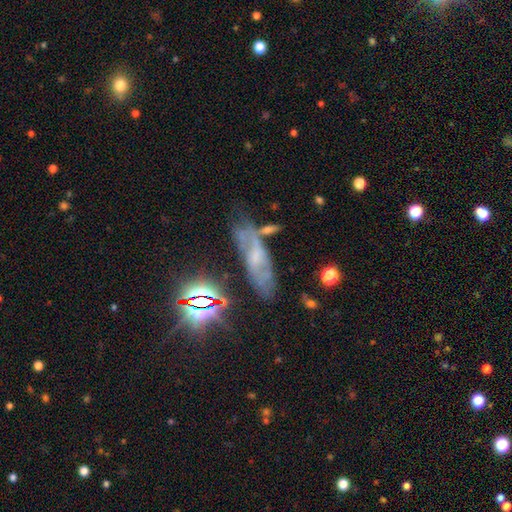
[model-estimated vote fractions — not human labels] This is possibly a featured or disk galaxy (52%). It is likely not viewed edge-on (69%). Merging: possibly none (58%).